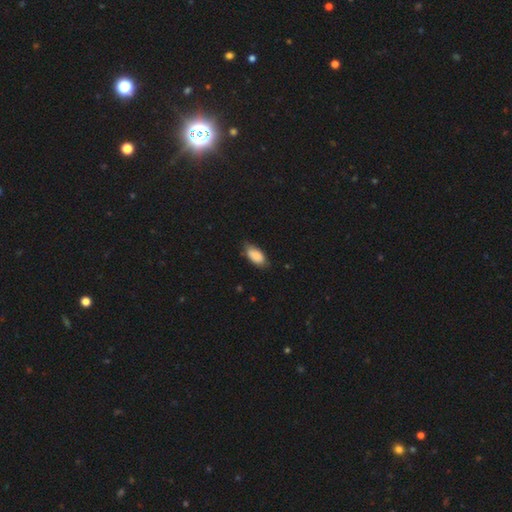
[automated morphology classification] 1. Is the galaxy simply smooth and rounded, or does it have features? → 86% smooth, 7% featured or disk, 7% star or artifact.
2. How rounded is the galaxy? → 90% in between, 7% cigar-shaped, 3% round.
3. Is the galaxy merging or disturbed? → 67% none, 28% minor disturbance, 4% major disturbance, 1% merger.